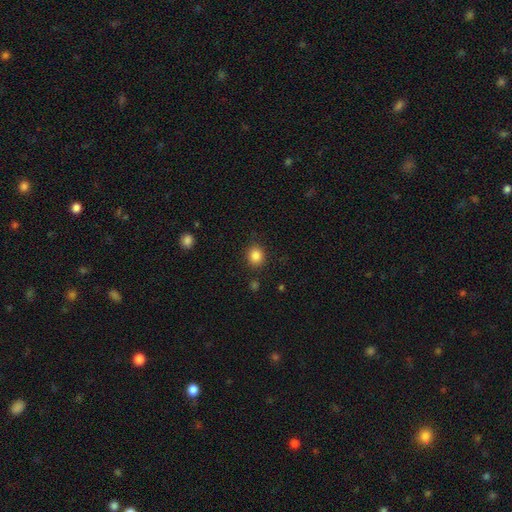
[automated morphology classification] This is clearly a smooth galaxy (86%). How rounded: likely round (76%). Merging: clearly none (87%).